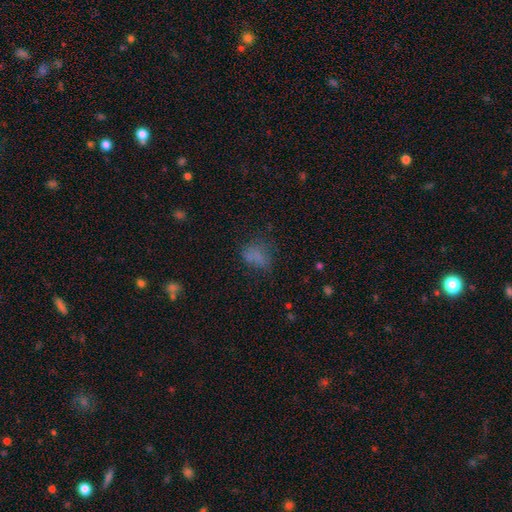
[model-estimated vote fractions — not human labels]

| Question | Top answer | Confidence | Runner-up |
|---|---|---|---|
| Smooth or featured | smooth | 66% | star or artifact (19%) |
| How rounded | in between | 71% | round (26%) |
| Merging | none | 50% | minor disturbance (23%) |